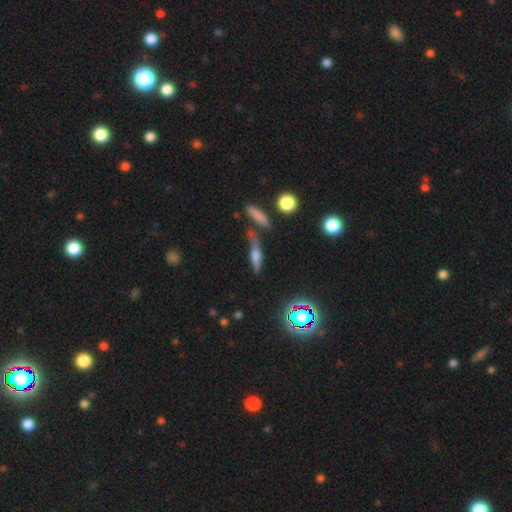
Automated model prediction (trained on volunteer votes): The model was most divided on "smooth or featured": smooth: 49%, featured or disk: 35%, star or artifact: 17%. More confident: merging — none (50%).